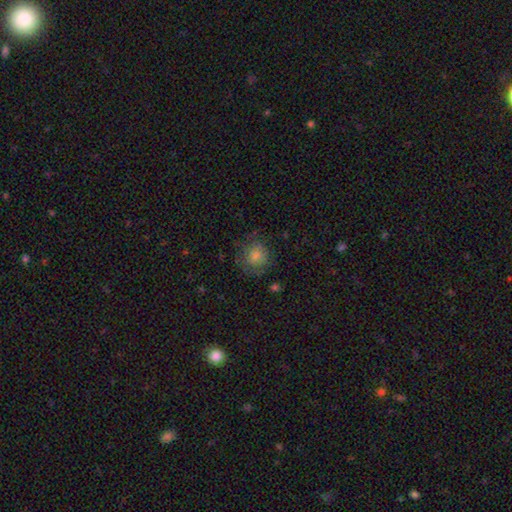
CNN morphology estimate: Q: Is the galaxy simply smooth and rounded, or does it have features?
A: smooth — 77%.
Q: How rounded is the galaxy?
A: round — 87%.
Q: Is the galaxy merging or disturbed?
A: none — 76%.